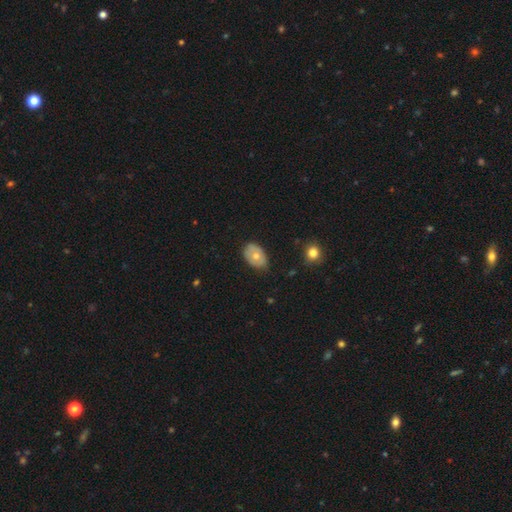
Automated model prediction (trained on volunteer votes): Smooth or featured?
  - smooth: 60% *
  - featured or disk: 32%
  - star or artifact: 7%
How rounded?
  - in between: 82% *
  - round: 17%
  - cigar-shaped: 1%
Merging?
  - none: 69% *
  - minor disturbance: 25%
  - major disturbance: 4%
  - merger: 1%